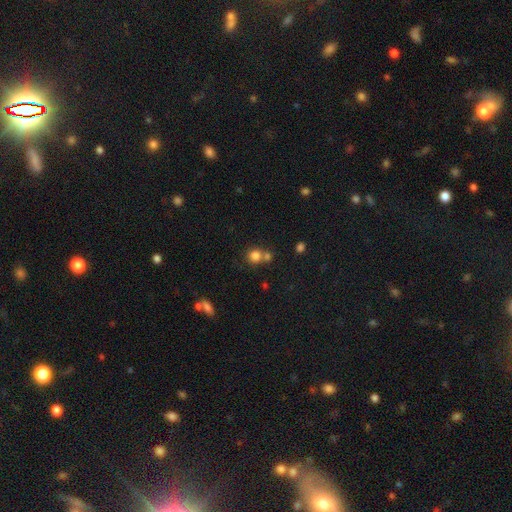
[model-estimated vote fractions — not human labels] This appears to be a smooth galaxy with no disk features (80%) that is round (88%). Merging: none (56%).